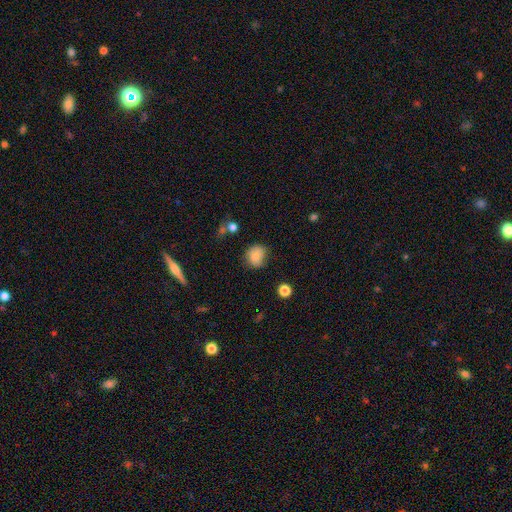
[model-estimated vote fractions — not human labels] Overall: smooth (82%). How rounded: round (68%; in between 31%). Merging: none (64%; minor disturbance 26%).